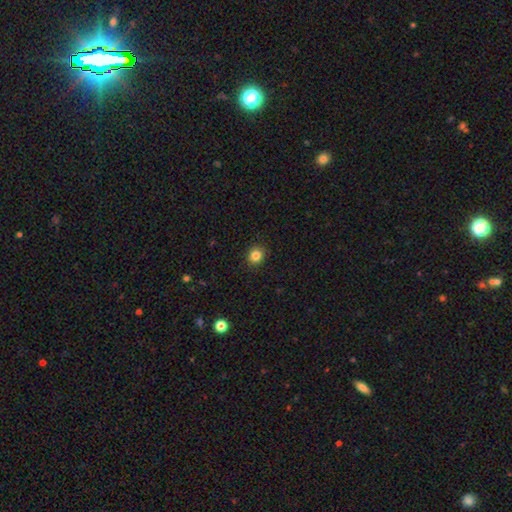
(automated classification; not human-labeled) Smooth or featured: smooth — 84% (star or artifact — 11%)
How rounded: round — 84% (in between — 15%)
Merging: none — 91% (minor disturbance — 6%)